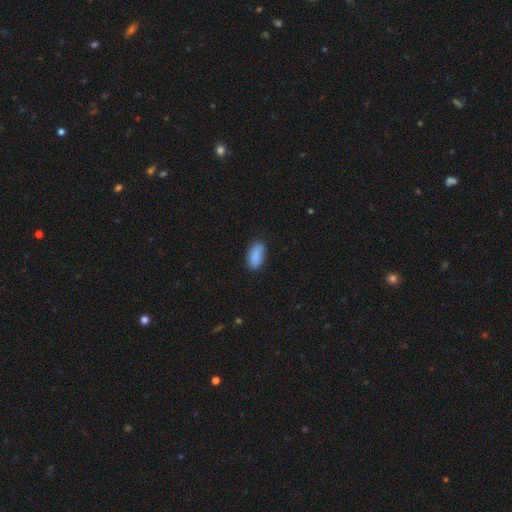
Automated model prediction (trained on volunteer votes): Smooth or featured: smooth — 86% (star or artifact — 8%)
How rounded: in between — 91% (cigar-shaped — 6%)
Merging: none — 70% (minor disturbance — 22%)